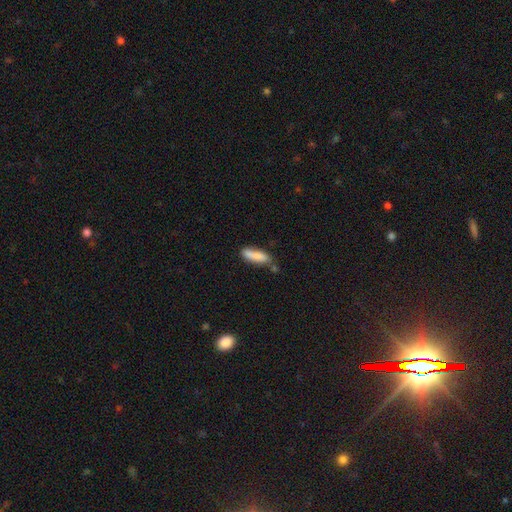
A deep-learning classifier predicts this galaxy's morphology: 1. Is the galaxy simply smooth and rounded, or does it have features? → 83% smooth, 11% featured or disk, 7% star or artifact.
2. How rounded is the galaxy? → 58% cigar-shaped, 41% in between, 2% round.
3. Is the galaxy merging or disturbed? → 62% none, 22% minor disturbance, 12% merger, 5% major disturbance.